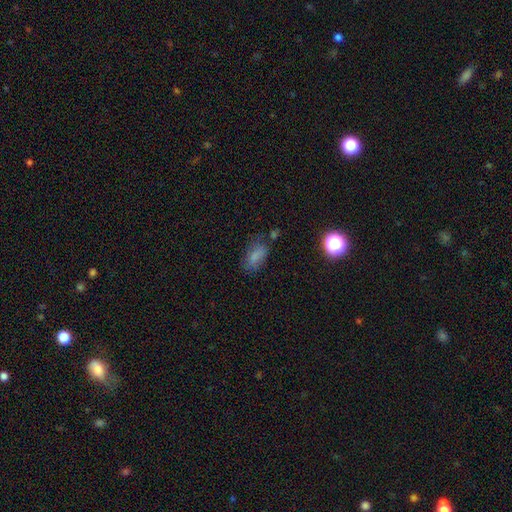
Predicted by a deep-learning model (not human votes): smooth-or-featured: smooth: 73% | star or artifact: 14% | featured or disk: 12%
  how-rounded: in between: 85% | cigar-shaped: 8% | round: 7%
  merging: none: 57% | minor disturbance: 26% | major disturbance: 11% | merger: 6%